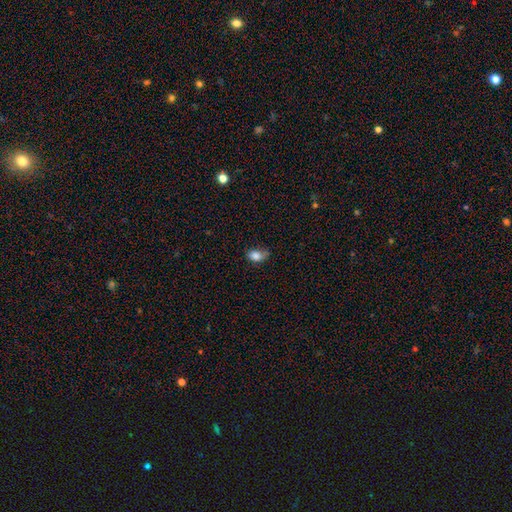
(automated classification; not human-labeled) Smooth or featured?
  - smooth: 83% *
  - star or artifact: 9%
  - featured or disk: 7%
How rounded?
  - in between: 78% *
  - round: 20%
  - cigar-shaped: 2%
Merging?
  - none: 48% *
  - minor disturbance: 38%
  - major disturbance: 11%
  - merger: 3%